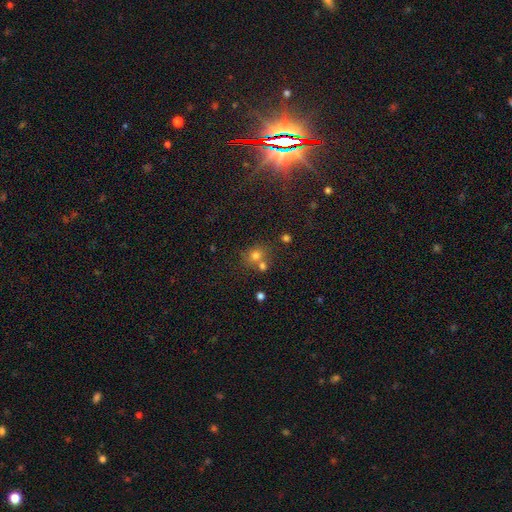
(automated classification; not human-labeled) A smooth galaxy with no disk features (70%) that is round (73%).

Vote fractions:
- Smooth or featured? smooth: 70% / star or artifact: 18% / featured or disk: 11%
- How rounded? round: 73% / in between: 25% / cigar-shaped: 1%
- Merging? none: 53% / merger: 33% / minor disturbance: 10% / major disturbance: 4%